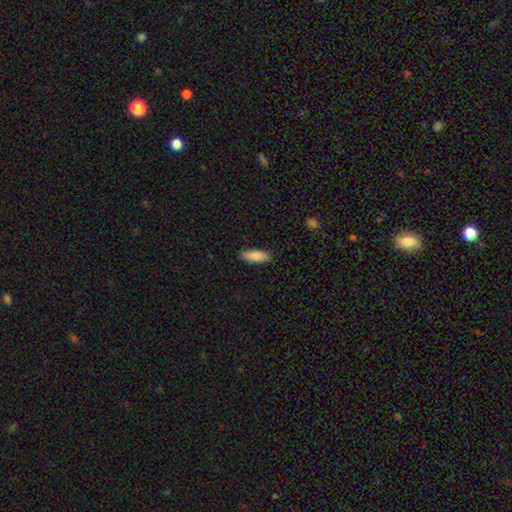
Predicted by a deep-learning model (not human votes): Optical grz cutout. It shows a smooth galaxy with no disk features (87%) that is in between round and cigar-shaped (61%). Merging: none (89%).